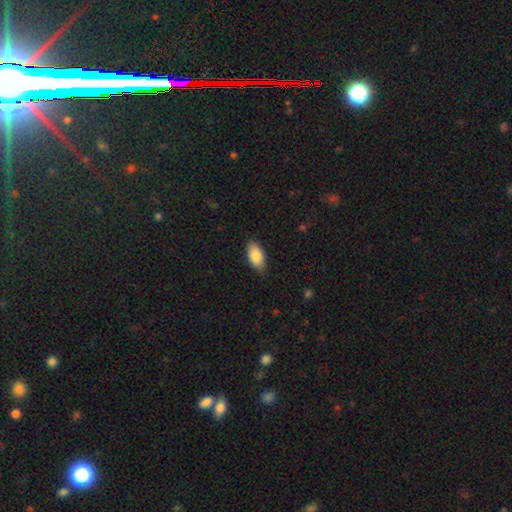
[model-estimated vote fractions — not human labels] Smooth or featured? smooth (88%)
How rounded? in between (94%)
Merging? none (85%)